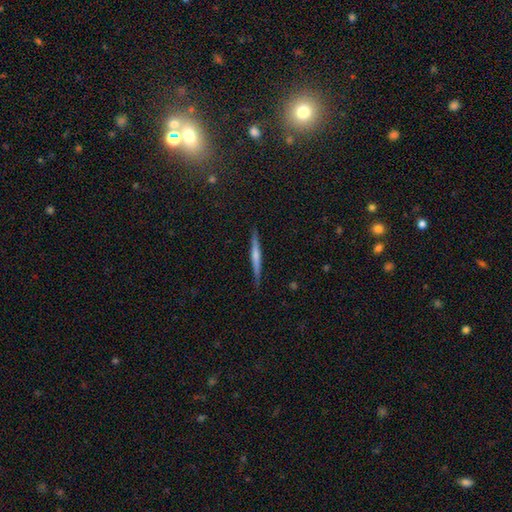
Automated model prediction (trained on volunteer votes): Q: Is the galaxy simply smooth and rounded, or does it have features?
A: featured or disk — 52%.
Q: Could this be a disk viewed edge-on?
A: yes — 97%.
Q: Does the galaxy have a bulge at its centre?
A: none — 44%.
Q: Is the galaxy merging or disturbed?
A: none — 88%.